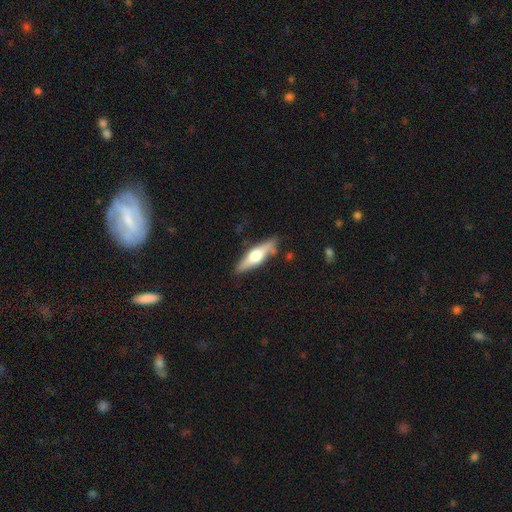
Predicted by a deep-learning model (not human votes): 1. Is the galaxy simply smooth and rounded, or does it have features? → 53% featured or disk, 41% smooth, 5% star or artifact.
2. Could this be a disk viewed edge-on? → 91% yes, 9% no.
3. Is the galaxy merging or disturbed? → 82% none, 13% minor disturbance, 3% merger, 3% major disturbance.